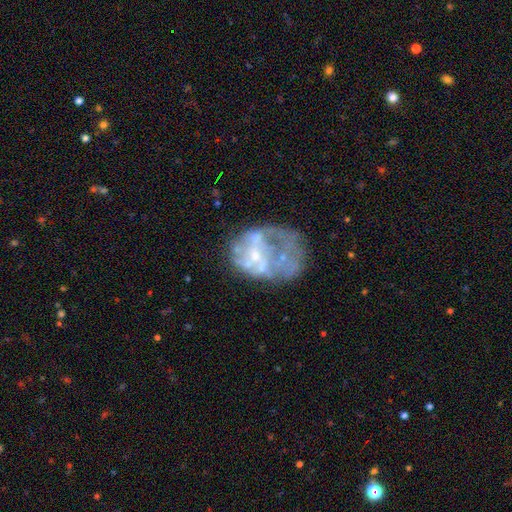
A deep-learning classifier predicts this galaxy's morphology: Q: Smooth or featured?
A: featured or disk (68%); runner-up: smooth (20%)
Q: Edge-on disk?
A: no (98%); runner-up: yes (2%)
Q: Bar?
A: no (78%); runner-up: weak (18%)
Q: Spiral arms?
A: no (82%); runner-up: yes (18%)
Q: Bulge size?
A: small (42%); runner-up: none (34%)
Q: Merging?
A: major disturbance (35%); runner-up: none (34%)